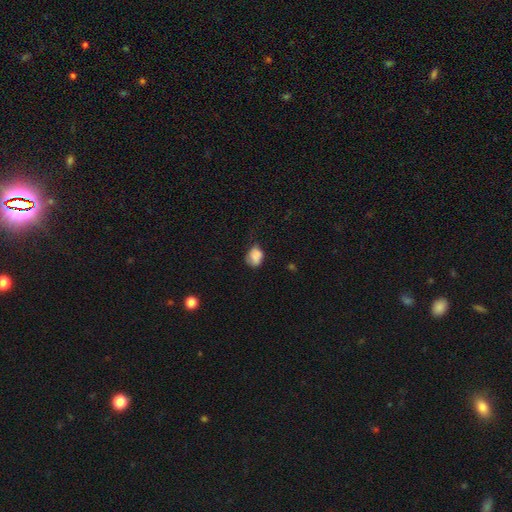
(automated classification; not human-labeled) smooth_or_featured: smooth (p=0.78) [alt: featured or disk p=0.12]
how_rounded: in between (p=0.62) [alt: round p=0.37]
merging: none (p=0.43) [alt: minor disturbance p=0.39]